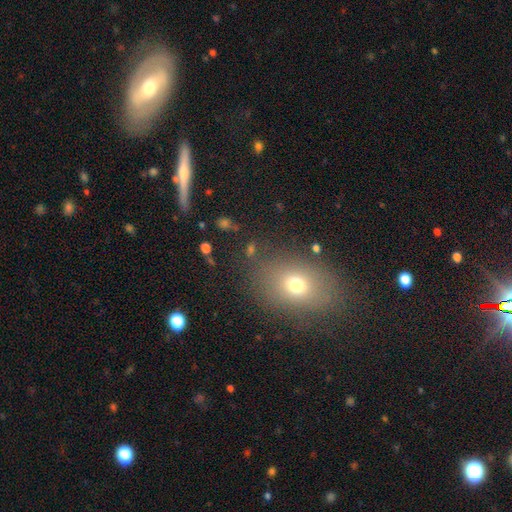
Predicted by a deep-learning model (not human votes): smooth-or-featured: smooth: 56% | star or artifact: 28% | featured or disk: 16%
  how-rounded: in between: 74% | round: 24% | cigar-shaped: 3%
  merging: none: 82% | minor disturbance: 11% | major disturbance: 4% | merger: 3%